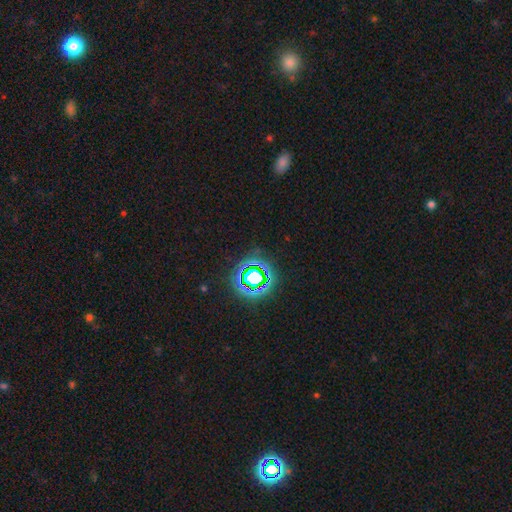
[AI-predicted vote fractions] Smooth or featured? Predicted: star or artifact (p=0.78).